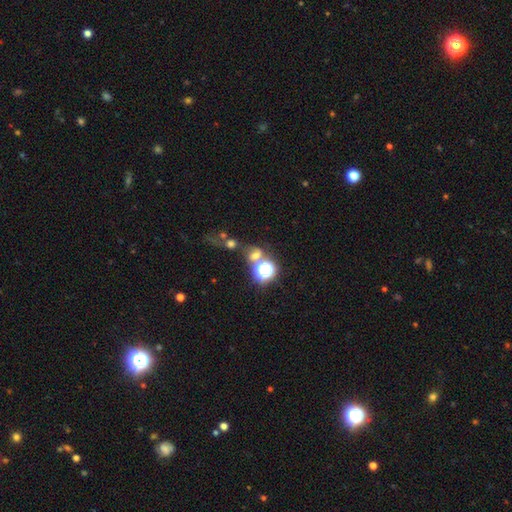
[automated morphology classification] This appears to be a smooth galaxy with no disk features (50%). Merging: none (45%).